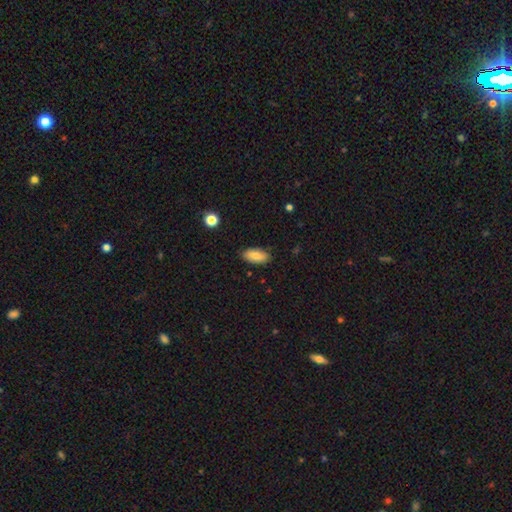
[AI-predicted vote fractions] Smooth or featured: smooth — 82% (featured or disk — 11%)
How rounded: in between — 90% (cigar-shaped — 7%)
Merging: none — 85% (minor disturbance — 11%)